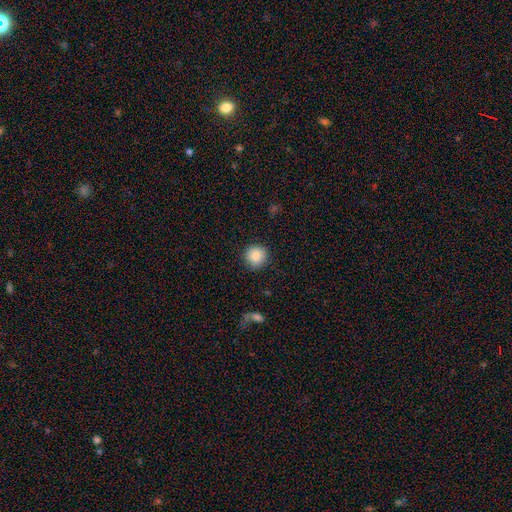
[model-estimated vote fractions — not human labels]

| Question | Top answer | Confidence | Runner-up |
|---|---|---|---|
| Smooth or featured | smooth | 86% | star or artifact (9%) |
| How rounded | round | 94% | in between (5%) |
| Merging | none | 90% | minor disturbance (7%) |